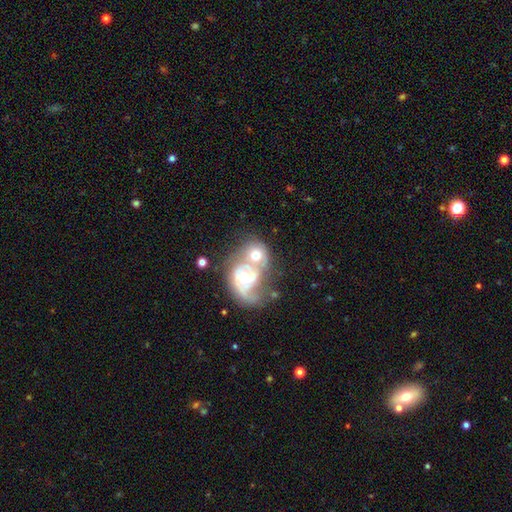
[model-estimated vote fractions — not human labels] A featured or disk galaxy (58%) with no bar (71%), spiral arms (69%) and a moderate central bulge (56%).

Vote fractions:
- Smooth or featured? featured or disk: 58% / smooth: 34% / star or artifact: 8%
- Edge-on disk? no: 97% / yes: 3%
- Bar? no: 71% / weak: 23% / strong: 5%
- Spiral arms? yes: 69% / no: 31%
- Bulge size? moderate: 56% / small: 28% / large: 9% / none: 5% / dominant: 2%
- Merging? merger: 70% / none: 13% / major disturbance: 11% / minor disturbance: 6%